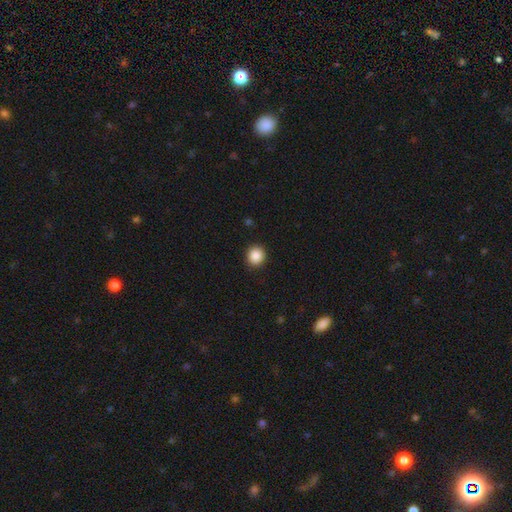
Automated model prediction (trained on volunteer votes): smooth 88%, star or artifact 9%, featured or disk 3%. Down the decision tree: how rounded — round (90%); merging — none (91%).